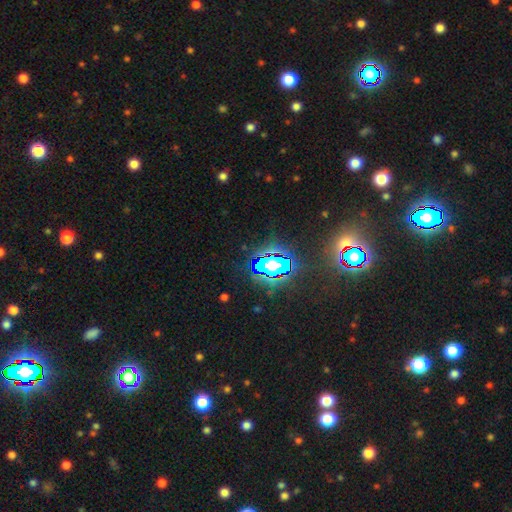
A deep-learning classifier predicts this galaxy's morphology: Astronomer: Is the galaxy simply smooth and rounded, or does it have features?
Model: star or artifact — 82%.